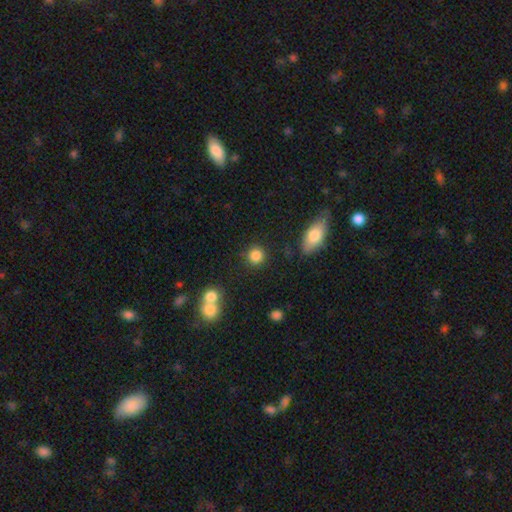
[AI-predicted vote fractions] Smooth or featured? smooth (85%)
How rounded? round (90%)
Merging? none (83%)